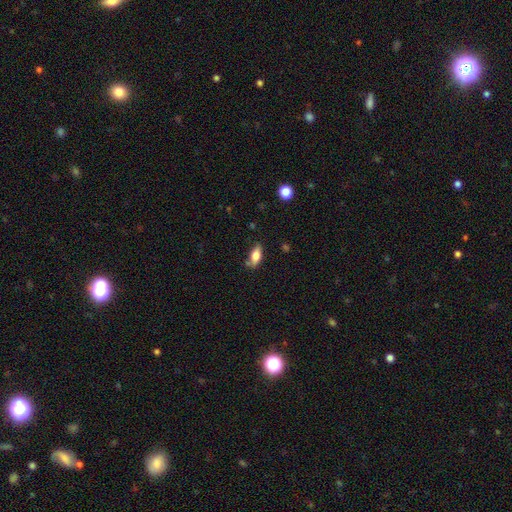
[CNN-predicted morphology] The model was most divided on "merging": none: 68%, minor disturbance: 22%, merger: 5%, major disturbance: 5%. More confident: how rounded — in between (81%); smooth or featured — smooth (72%).